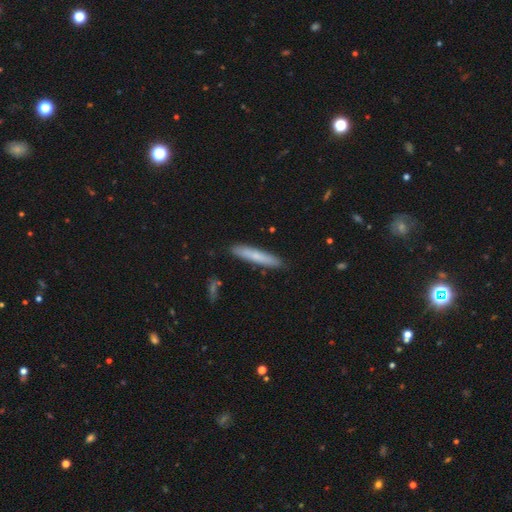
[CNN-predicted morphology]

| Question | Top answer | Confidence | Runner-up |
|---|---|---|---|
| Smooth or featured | smooth | 69% | featured or disk (25%) |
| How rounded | cigar-shaped | 94% | in between (5%) |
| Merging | none | 89% | minor disturbance (8%) |